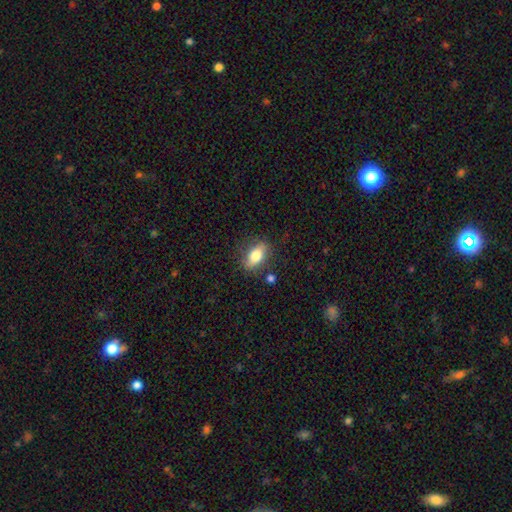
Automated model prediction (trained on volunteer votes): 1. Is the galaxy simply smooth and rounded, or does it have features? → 76% smooth, 17% featured or disk, 8% star or artifact.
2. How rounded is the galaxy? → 84% in between, 9% round, 7% cigar-shaped.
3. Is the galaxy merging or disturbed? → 78% none, 15% minor disturbance, 4% major disturbance, 3% merger.